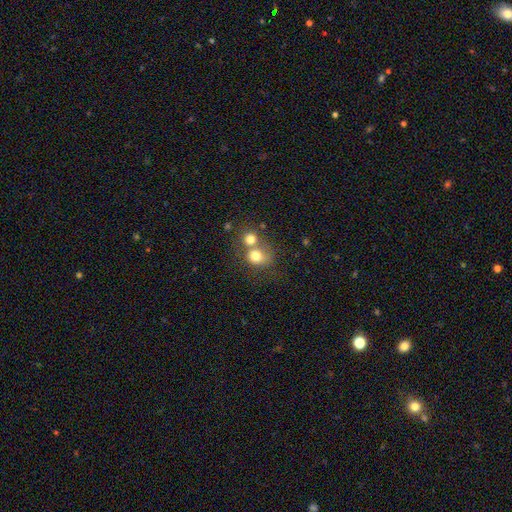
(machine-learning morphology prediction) A smooth galaxy with no disk features (75%) that is round (75%).

Vote fractions:
- Smooth or featured? smooth: 75% / featured or disk: 13% / star or artifact: 12%
- How rounded? round: 75% / in between: 24% / cigar-shaped: 1%
- Merging? merger: 53% / none: 35% / minor disturbance: 8% / major disturbance: 4%